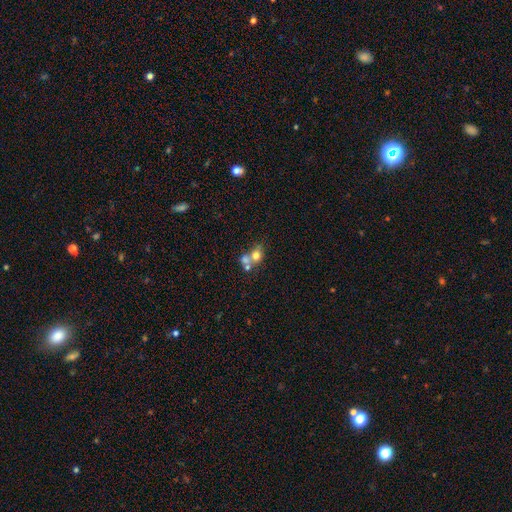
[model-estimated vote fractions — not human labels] smooth 66%, featured or disk 22%, star or artifact 12%. Down the decision tree: how rounded — round (70%); merging — merger (57%).